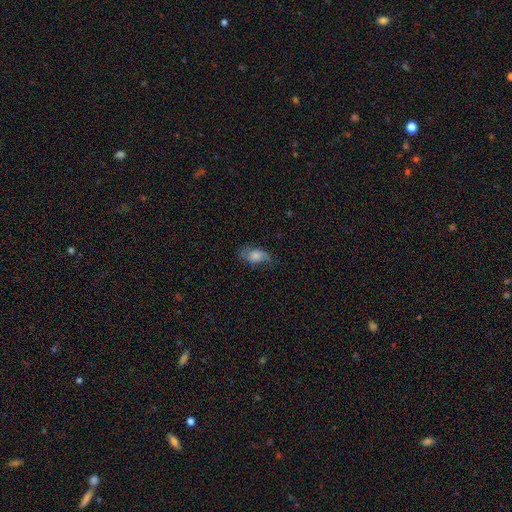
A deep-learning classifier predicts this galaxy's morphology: Smooth or featured? Predicted: smooth (p=0.69). How rounded? Predicted: in between (p=0.86). Merging? Predicted: none (p=0.55).